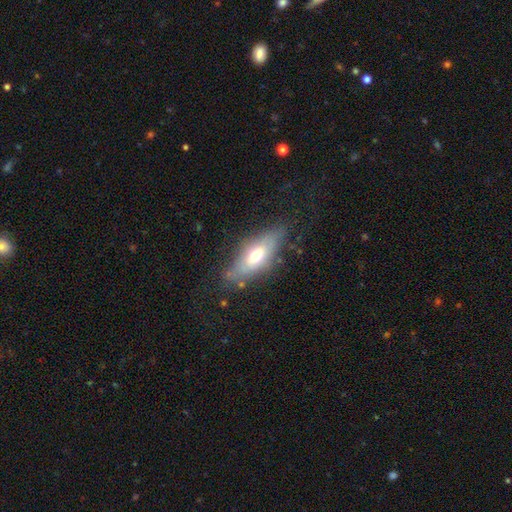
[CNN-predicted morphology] A smooth galaxy with no disk features (57%) that is in between round and cigar-shaped (68%).

Vote fractions:
- Smooth or featured? smooth: 57% / featured or disk: 35% / star or artifact: 7%
- How rounded? in between: 68% / cigar-shaped: 30% / round: 3%
- Merging? none: 71% / minor disturbance: 20% / major disturbance: 6% / merger: 2%